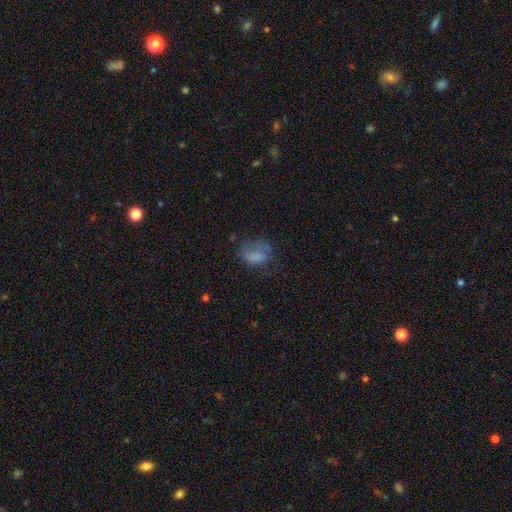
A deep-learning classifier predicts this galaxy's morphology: type=smooth (68%); roundness=in between (75%); merging=none (38%).